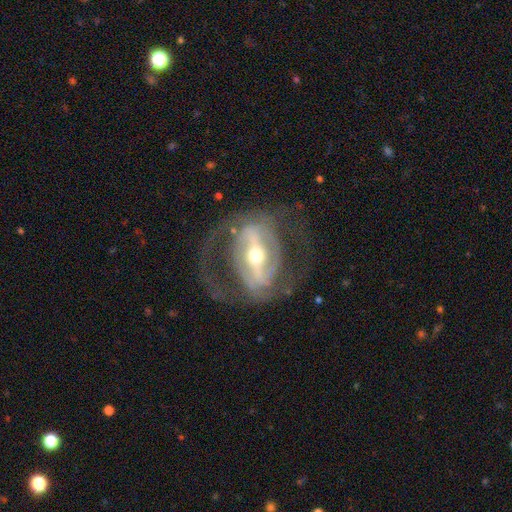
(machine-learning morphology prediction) Smooth or featured?
  - featured or disk: 87% *
  - smooth: 8%
  - star or artifact: 5%
Edge-on disk?
  - no: 92% *
  - yes: 8%
Bar?
  - strong: 73% *
  - weak: 18%
  - no: 8%
Spiral arms?
  - yes: 76% *
  - no: 24%
Spiral winding?
  - medium: 47% *
  - tight: 29%
  - loose: 24%
Spiral arm count?
  - 2: 76% *
  - can't tell: 12%
  - 1: 5%
  - 3: 4%
  - 4: 2%
  - more than 4: 1%
Bulge size?
  - moderate: 60% *
  - small: 32%
  - large: 6%
  - dominant: 1%
  - none: 1%
Merging?
  - none: 64% *
  - major disturbance: 21%
  - minor disturbance: 14%
  - merger: 2%